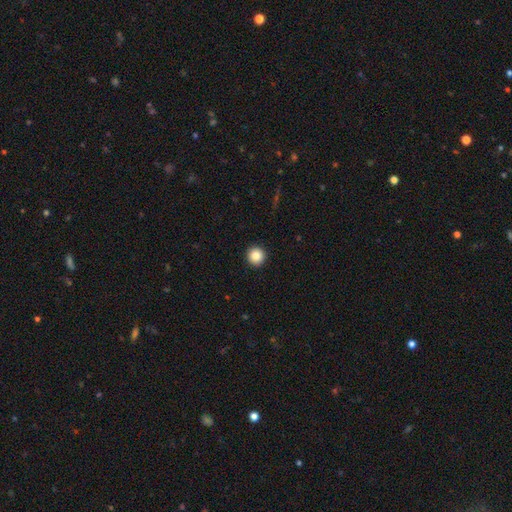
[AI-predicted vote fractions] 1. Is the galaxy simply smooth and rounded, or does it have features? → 86% smooth, 9% star or artifact, 5% featured or disk.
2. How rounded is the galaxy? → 96% round, 3% in between, 1% cigar-shaped.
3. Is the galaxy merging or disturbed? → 93% none, 4% minor disturbance, 1% major disturbance, 1% merger.